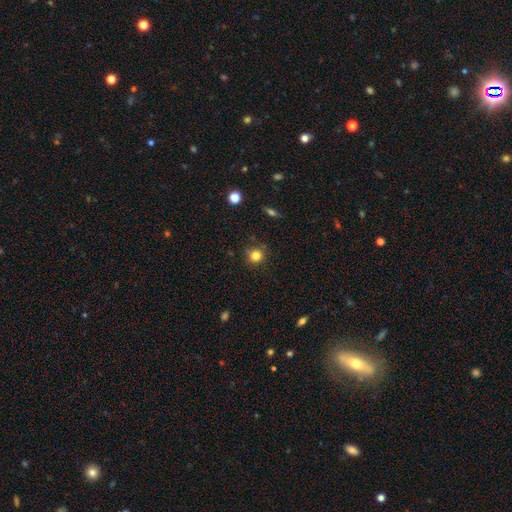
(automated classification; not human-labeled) Smooth or featured: smooth — 81% (star or artifact — 13%)
How rounded: round — 92% (in between — 7%)
Merging: none — 81% (minor disturbance — 12%)